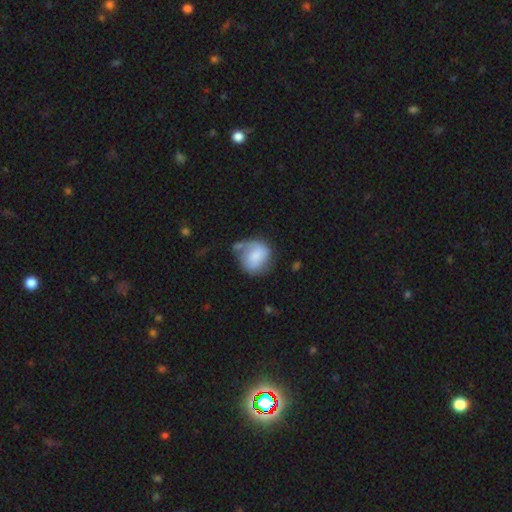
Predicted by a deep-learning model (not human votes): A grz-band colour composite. It shows a smooth galaxy with no disk features (64%) that is round (72%). Merging: none (39%).